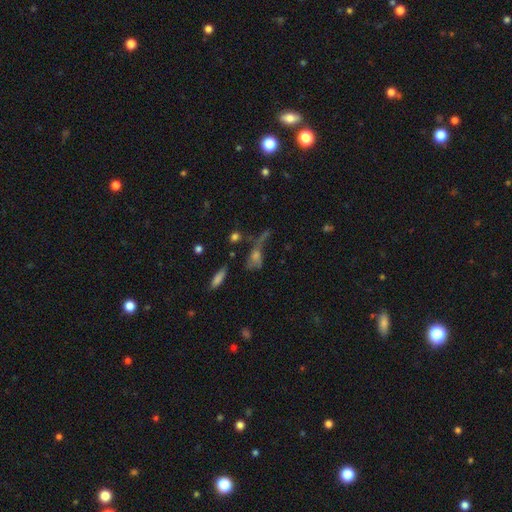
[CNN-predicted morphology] Overall: smooth (37%; featured or disk 34%). Merging: none (35%; major disturbance 30%).